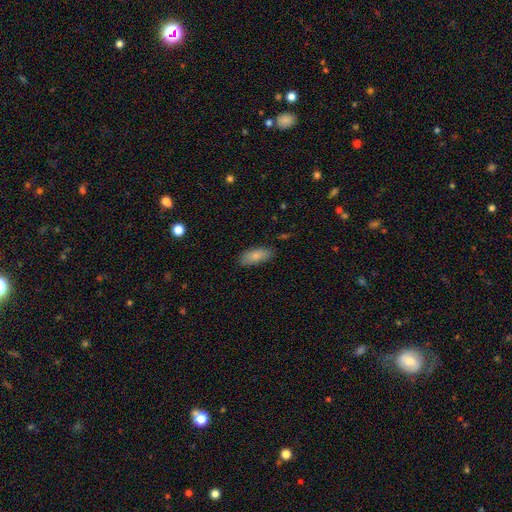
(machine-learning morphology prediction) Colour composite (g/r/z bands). It shows a smooth galaxy with no disk features (83%) that is in between round and cigar-shaped (83%). Merging: none (82%).